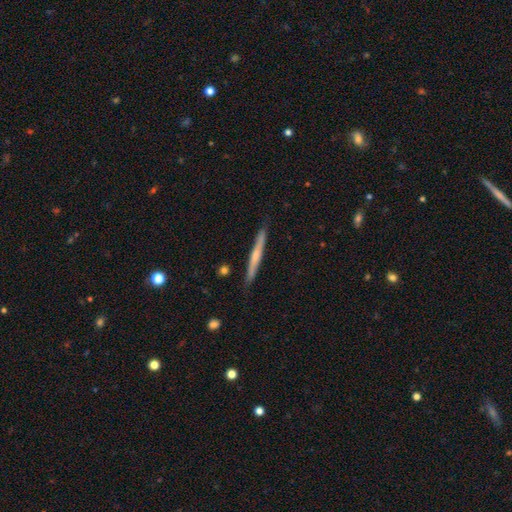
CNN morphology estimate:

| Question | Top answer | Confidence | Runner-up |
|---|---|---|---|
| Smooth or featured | featured or disk | 53% | smooth (41%) |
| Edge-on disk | yes | 97% | no (3%) |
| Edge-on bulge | rounded | 50% | none (44%) |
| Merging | none | 88% | minor disturbance (9%) |